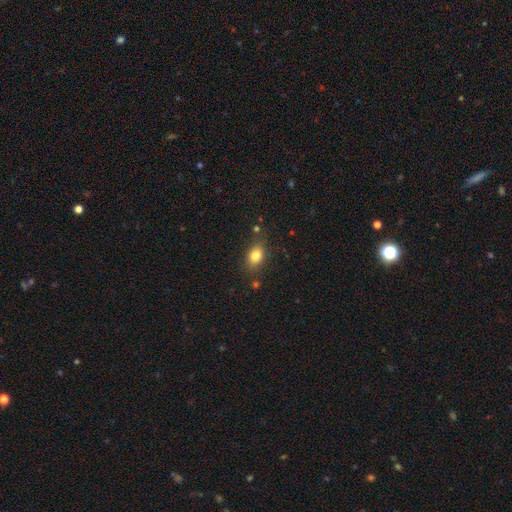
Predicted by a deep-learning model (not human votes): Smooth or featured? Predicted: smooth (p=0.81). How rounded? Predicted: in between (p=0.73). Merging? Predicted: none (p=0.77).